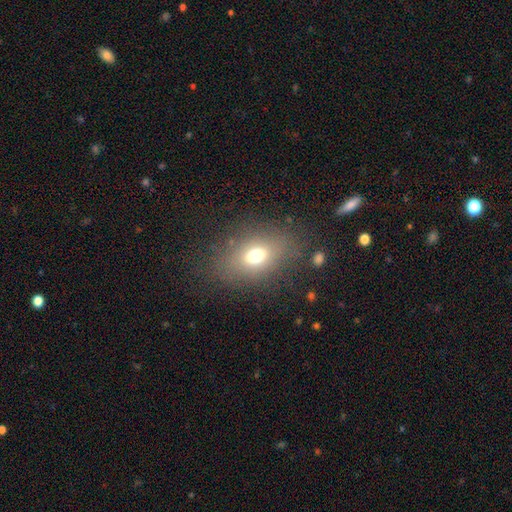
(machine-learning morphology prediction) A smooth galaxy with no disk features (67%) that is in between round and cigar-shaped (74%). Merging: none (76%).